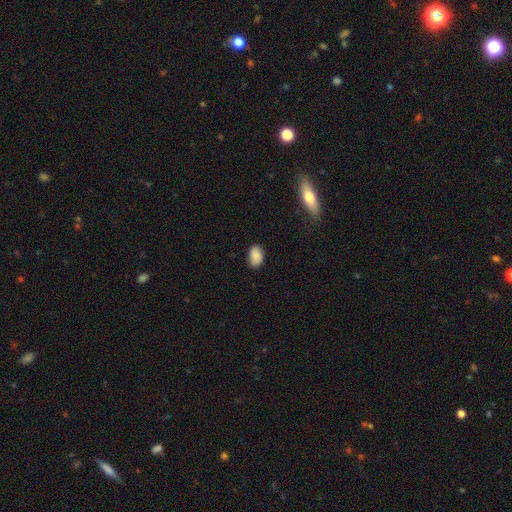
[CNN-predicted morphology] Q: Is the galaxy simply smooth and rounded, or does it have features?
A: smooth — 85%.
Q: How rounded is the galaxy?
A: in between — 88%.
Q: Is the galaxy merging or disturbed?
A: none — 76%.